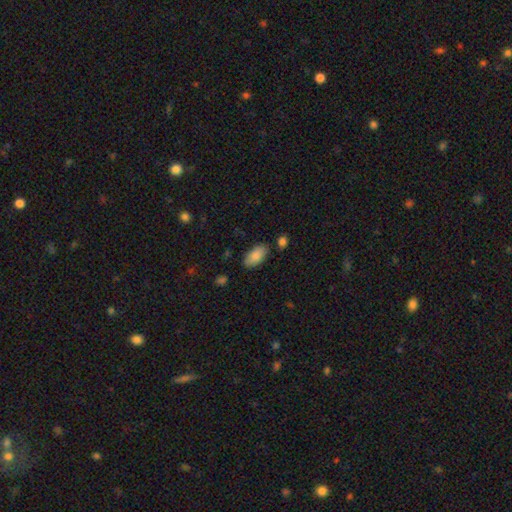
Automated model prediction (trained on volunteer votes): This appears to be a smooth galaxy with no disk features (86%) that is in between round and cigar-shaped (93%). Merging: none (80%).